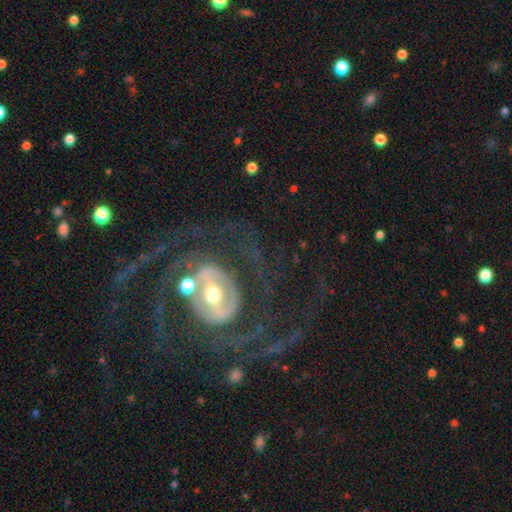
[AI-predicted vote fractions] Overall: featured or disk (88%). Edge-on disk: no (97%). Bar: weak (35%; strong 34%). Spiral arms: yes (92%). Spiral arm count: 2 (57%). Spiral winding: medium (47%; tight 32%). Bulge size: moderate (53%; small 35%). Merging: none (58%; major disturbance 23%).